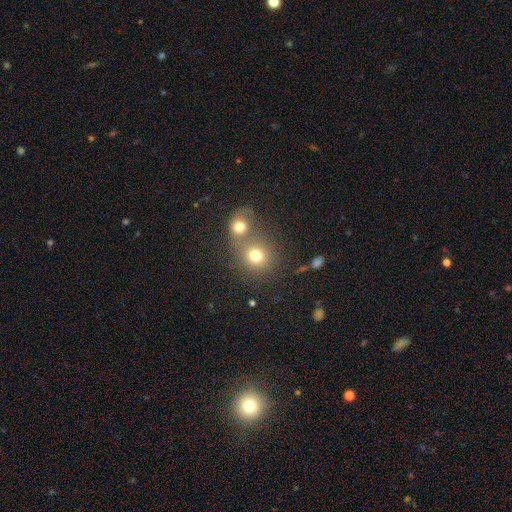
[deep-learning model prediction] Overall: smooth (74%). How rounded: round (84%). Merging: merger (45%; none 44%).